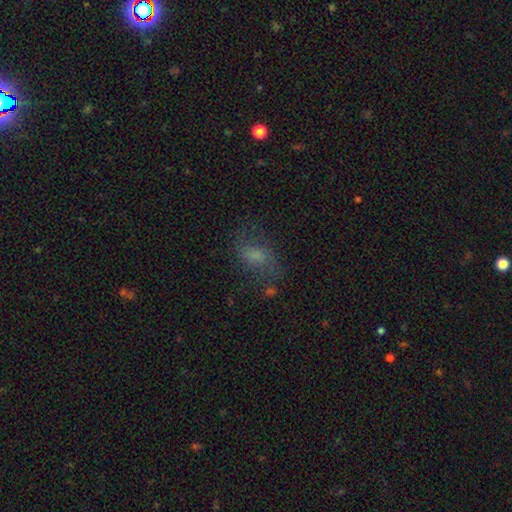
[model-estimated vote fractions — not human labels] The model was most divided on "smooth or featured": smooth: 49%, featured or disk: 33%, star or artifact: 18%. More confident: merging — none (58%).